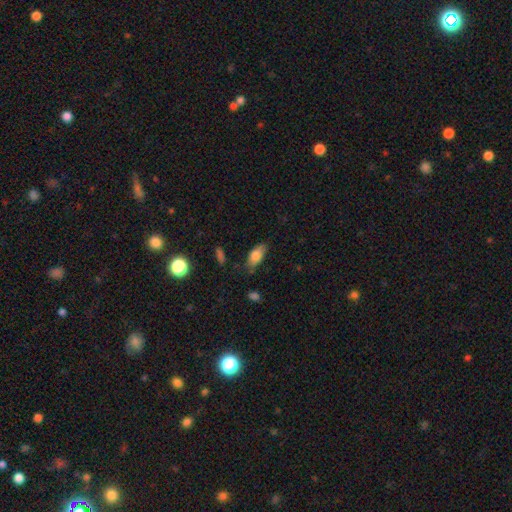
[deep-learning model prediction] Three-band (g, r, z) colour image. It shows a smooth galaxy with no disk features (80%) that is in between round and cigar-shaped (88%). Merging: none (67%).